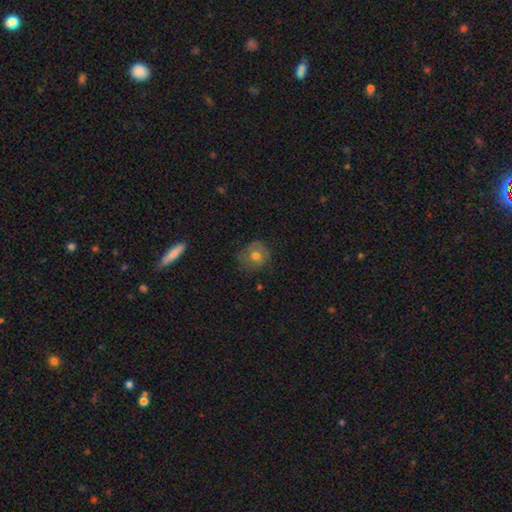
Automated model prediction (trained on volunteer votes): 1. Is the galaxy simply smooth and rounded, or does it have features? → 68% smooth, 21% featured or disk, 11% star or artifact.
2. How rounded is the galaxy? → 82% round, 17% in between, 1% cigar-shaped.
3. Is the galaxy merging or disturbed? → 68% none, 22% minor disturbance, 8% major disturbance, 2% merger.